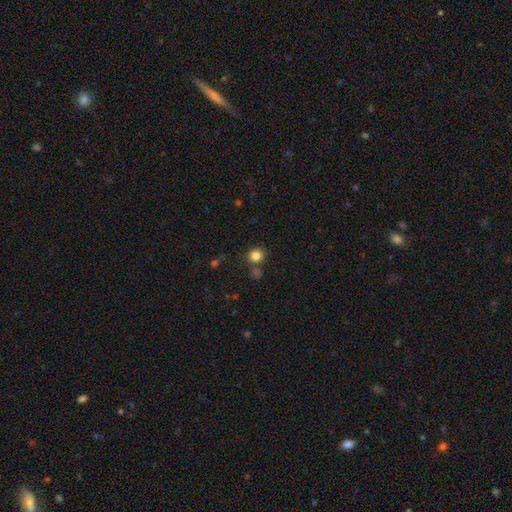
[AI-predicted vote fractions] smooth 83%, star or artifact 13%, featured or disk 4%. Down the decision tree: how rounded — round (89%); merging — none (77%).